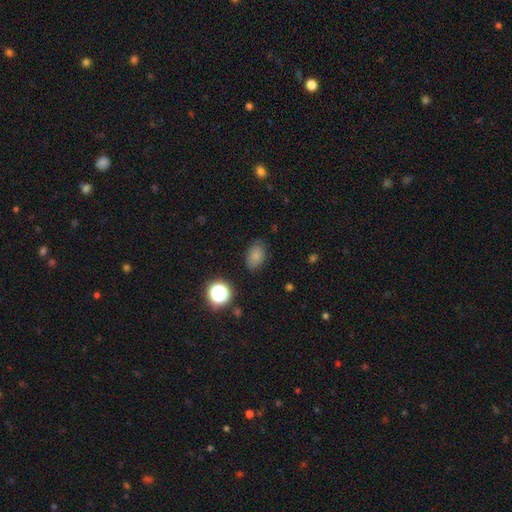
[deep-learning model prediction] Q: Smooth or featured?
A: smooth (80%); runner-up: star or artifact (13%)
Q: How rounded?
A: in between (81%); runner-up: round (18%)
Q: Merging?
A: none (79%); runner-up: minor disturbance (16%)